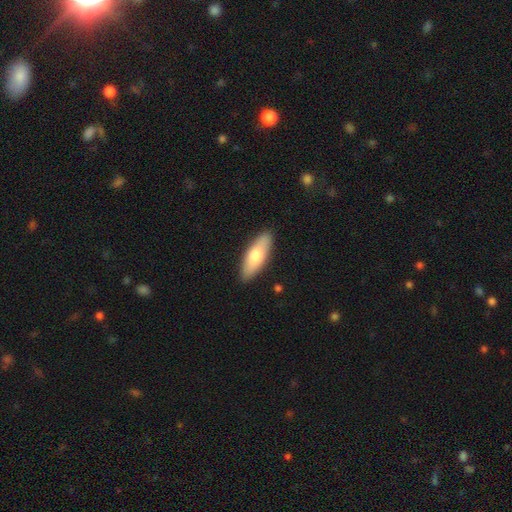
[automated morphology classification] type=smooth (70%); roundness=in between (67%); merging=none (89%).